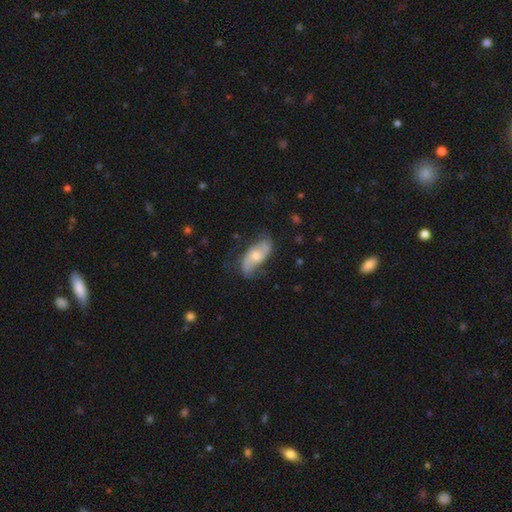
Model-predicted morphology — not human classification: This appears to be a featured or disk galaxy (59%) with no bar (62%), spiral arms (84%) and a moderate central bulge (63%). Merging: none (68%).